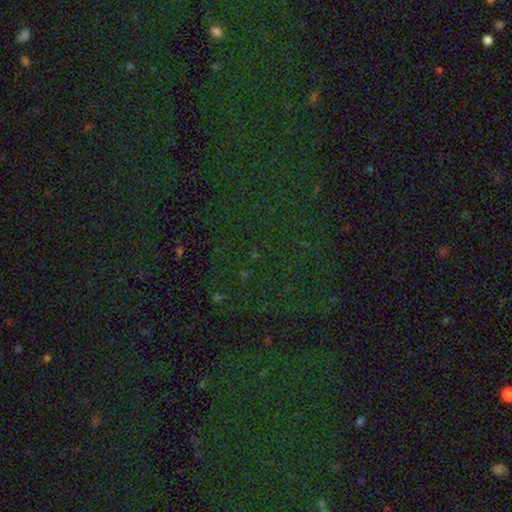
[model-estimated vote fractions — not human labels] Smooth or featured? star or artifact (81%)